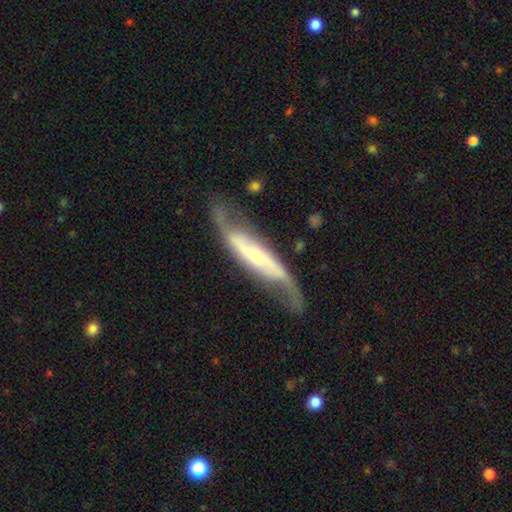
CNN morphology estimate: This is clearly a featured or disk galaxy (81%). It is likely not viewed edge-on (70%). Bar: marginally strong (40%). Spiral arm pattern: clearly yes (92%). Spiral arm count: clearly 2 (87%). Spiral winding: possibly loose (59%). Central bulge: likely small (61%). Merging: likely none (61%).